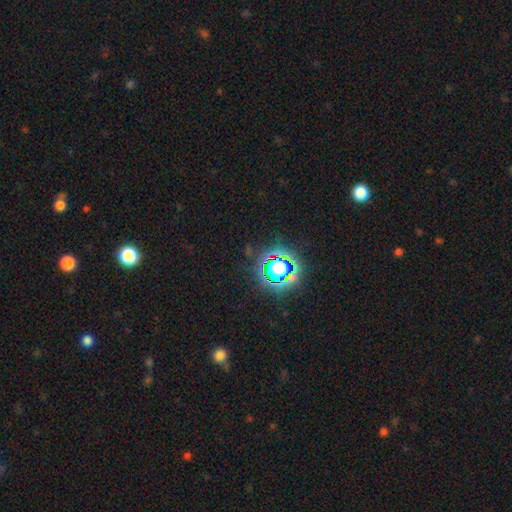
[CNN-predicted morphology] star or artifact 79%, smooth 13%, featured or disk 7%.